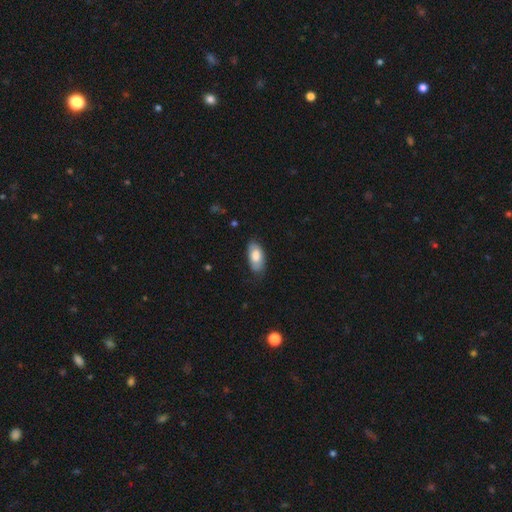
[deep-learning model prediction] The model was most divided on "merging": none: 68%, minor disturbance: 25%, major disturbance: 6%, merger: 1%. More confident: how rounded — in between (92%); smooth or featured — smooth (70%).